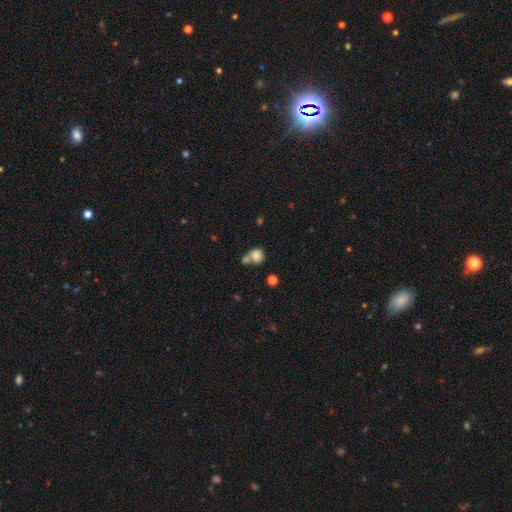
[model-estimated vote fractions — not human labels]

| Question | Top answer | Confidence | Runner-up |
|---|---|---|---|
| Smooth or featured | smooth | 80% | featured or disk (10%) |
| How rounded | round | 76% | in between (23%) |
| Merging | merger | 46% | none (37%) |